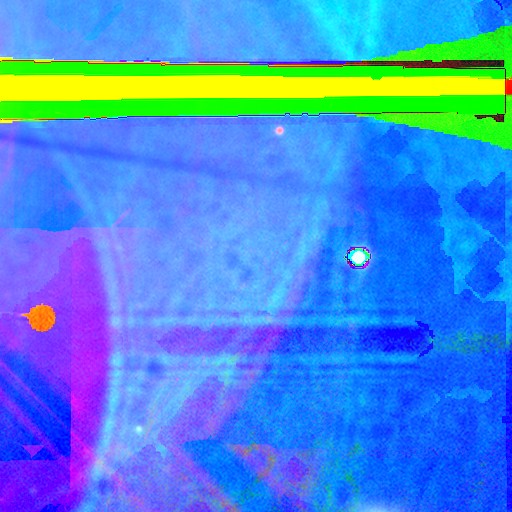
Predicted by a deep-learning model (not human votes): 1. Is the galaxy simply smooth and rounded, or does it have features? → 88% star or artifact, 7% featured or disk, 6% smooth.